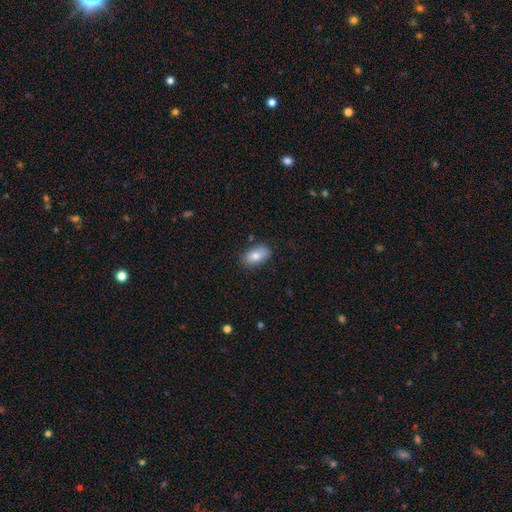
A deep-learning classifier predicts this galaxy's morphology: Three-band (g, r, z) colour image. It shows a smooth galaxy with no disk features (81%) that is in between round and cigar-shaped (92%). Merging: none (81%).